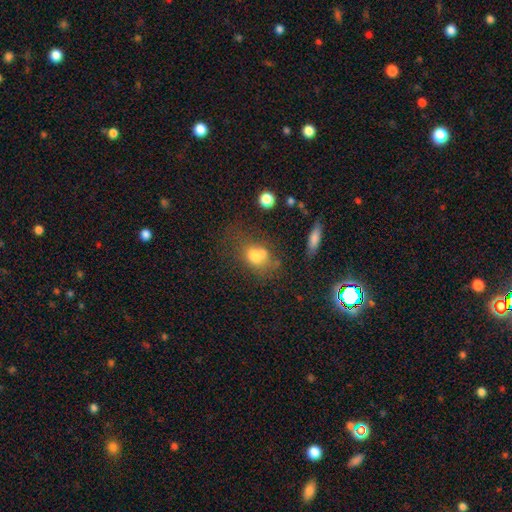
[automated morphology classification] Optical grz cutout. It shows a smooth galaxy with no disk features (64%) that is in between round and cigar-shaped (52%). Merging: merger (37%).